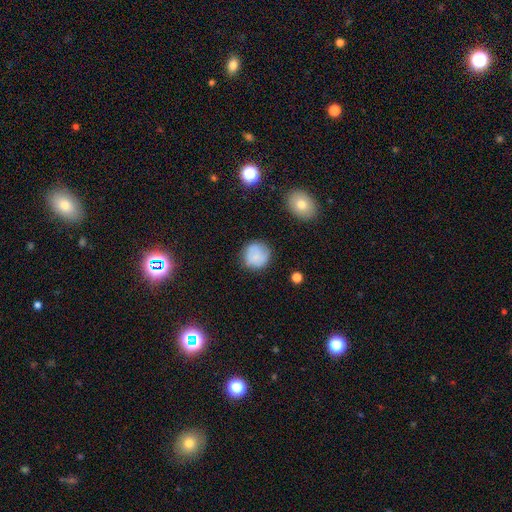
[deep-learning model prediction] Overall: smooth (79%). How rounded: round (91%). Merging: none (81%).